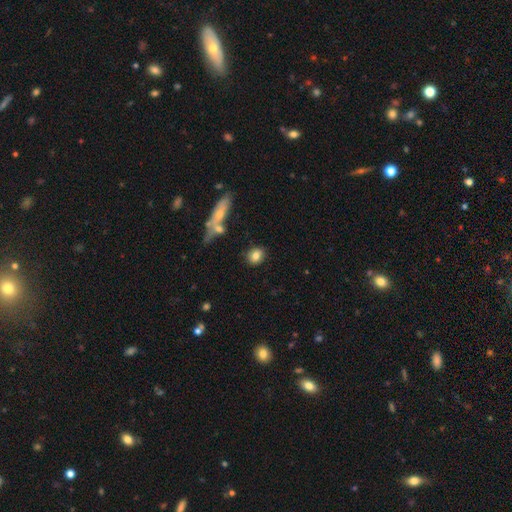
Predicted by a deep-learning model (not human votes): smooth_or_featured: smooth (p=0.81) [alt: featured or disk p=0.10]
how_rounded: round (p=0.68) [alt: in between p=0.29]
merging: none (p=0.83) [alt: minor disturbance p=0.10]